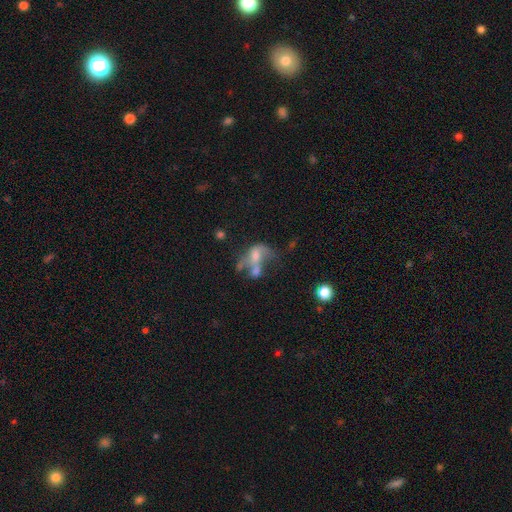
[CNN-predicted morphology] Smooth or featured?
  - featured or disk: 46% *
  - smooth: 40%
  - star or artifact: 14%
Merging?
  - merger: 46% *
  - major disturbance: 27%
  - none: 16%
  - minor disturbance: 11%